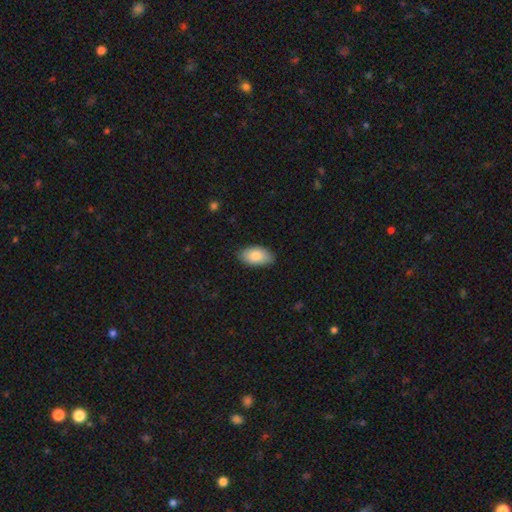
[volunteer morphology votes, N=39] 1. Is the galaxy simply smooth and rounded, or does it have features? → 82% smooth, 15% featured or disk, 3% star or artifact.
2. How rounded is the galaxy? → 97% in between, 3% cigar-shaped, 0% round.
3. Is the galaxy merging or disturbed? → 95% none, 5% minor disturbance, 0% major disturbance, 0% merger.